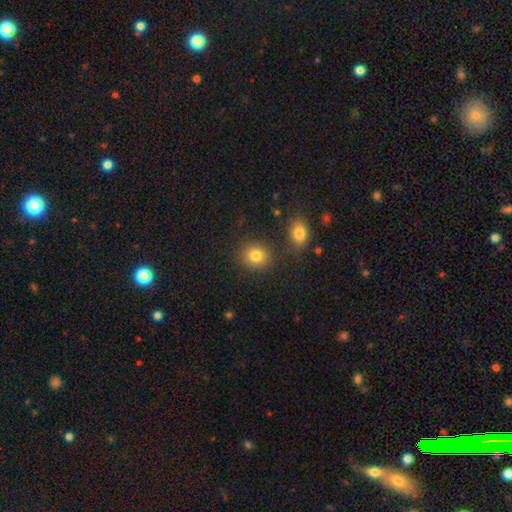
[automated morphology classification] smooth 82%, star or artifact 11%, featured or disk 7%. Down the decision tree: how rounded — round (76%); merging — none (82%).